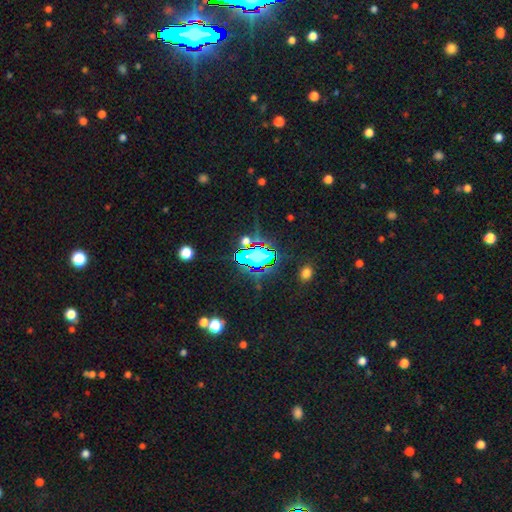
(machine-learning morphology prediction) The model was most divided on "smooth or featured": star or artifact: 64%, smooth: 22%, featured or disk: 14%.